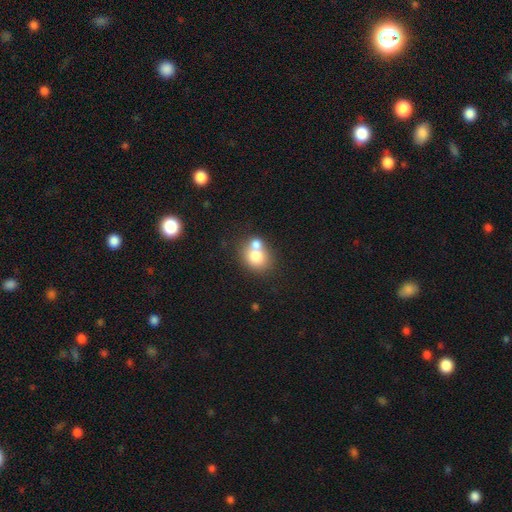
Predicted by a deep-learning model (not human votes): smooth_or_featured: smooth (p=0.74) [alt: featured or disk p=0.16]
how_rounded: round (p=0.66) [alt: in between p=0.33]
merging: merger (p=0.49) [alt: none p=0.39]